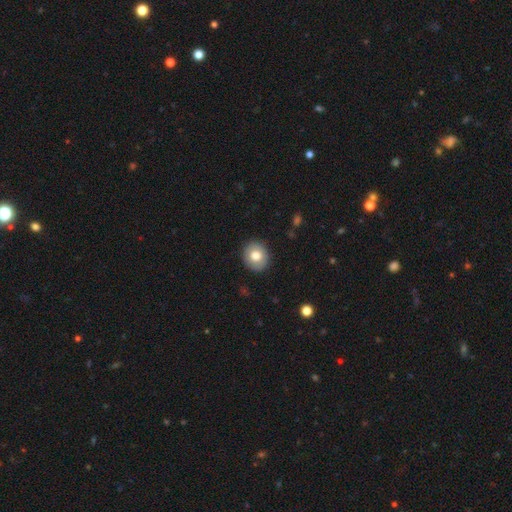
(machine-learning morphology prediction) smooth_or_featured: smooth (p=0.76) [alt: featured or disk p=0.17]
how_rounded: round (p=0.71) [alt: in between p=0.28]
merging: none (p=0.89) [alt: minor disturbance p=0.08]